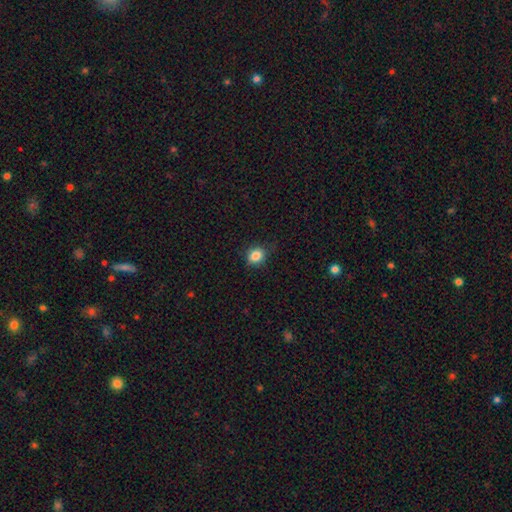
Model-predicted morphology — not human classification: A smooth galaxy with no disk features (84%) that is round (67%). Merging: none (77%).